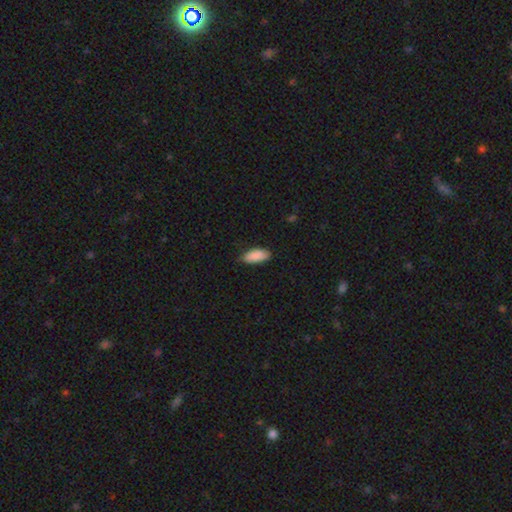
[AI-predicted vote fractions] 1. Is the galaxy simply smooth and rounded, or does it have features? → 88% smooth, 6% star or artifact, 5% featured or disk.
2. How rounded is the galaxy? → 87% in between, 11% cigar-shaped, 2% round.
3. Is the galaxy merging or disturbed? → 73% none, 23% minor disturbance, 3% major disturbance, 1% merger.